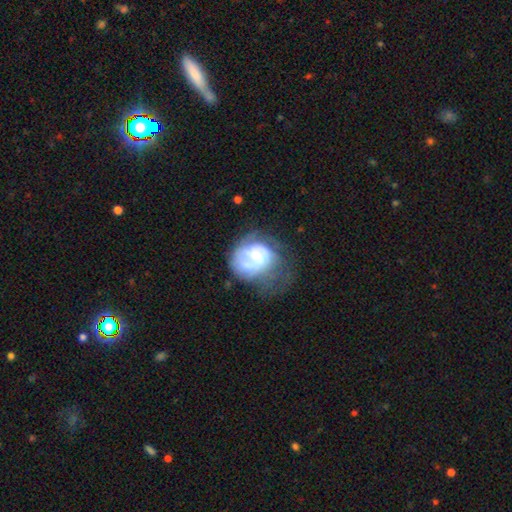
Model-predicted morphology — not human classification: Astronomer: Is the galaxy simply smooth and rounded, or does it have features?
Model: featured or disk — 55% (runner-up: smooth, 37%).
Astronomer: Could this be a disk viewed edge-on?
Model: no — 97%.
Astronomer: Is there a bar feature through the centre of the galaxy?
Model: no — 76%.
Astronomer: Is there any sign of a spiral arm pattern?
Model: yes — 62% (runner-up: no, 38%).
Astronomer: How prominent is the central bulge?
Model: moderate — 59%.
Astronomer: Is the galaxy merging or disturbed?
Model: none — 37% (runner-up: major disturbance, 32%).